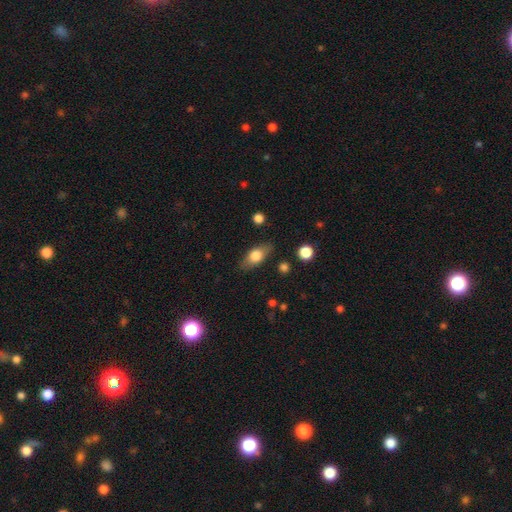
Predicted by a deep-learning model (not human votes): smooth_or_featured: smooth (p=0.70) [alt: featured or disk p=0.23]
how_rounded: in between (p=0.79) [alt: cigar-shaped p=0.13]
merging: none (p=0.81) [alt: minor disturbance p=0.14]